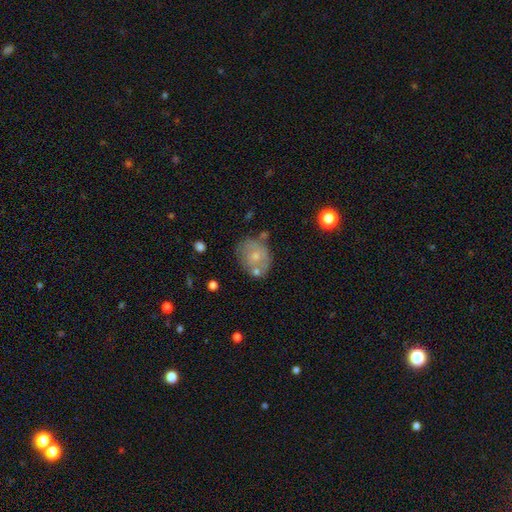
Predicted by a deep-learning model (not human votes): smooth_or_featured: smooth (p=0.58) [alt: featured or disk p=0.34]
how_rounded: round (p=0.57) [alt: in between p=0.42]
merging: none (p=0.57) [alt: minor disturbance p=0.22]